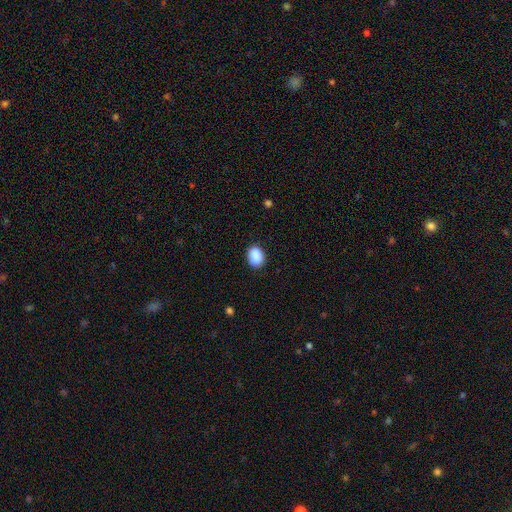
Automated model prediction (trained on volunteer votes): A smooth galaxy with no disk features (89%) that is in between round and cigar-shaped (69%). Merging: none (86%).